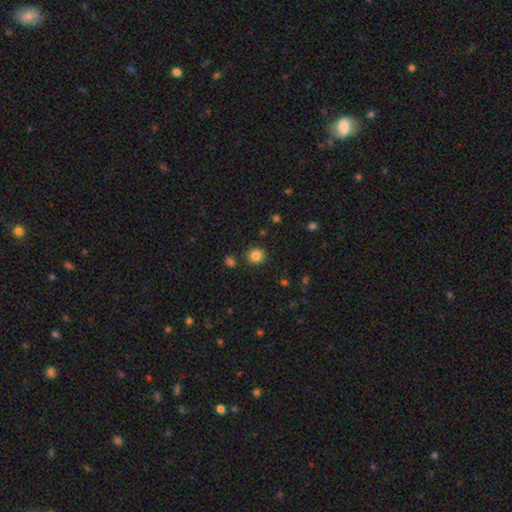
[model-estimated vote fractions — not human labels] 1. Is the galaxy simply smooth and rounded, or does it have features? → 84% smooth, 11% star or artifact, 5% featured or disk.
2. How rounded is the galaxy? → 80% round, 19% in between, 1% cigar-shaped.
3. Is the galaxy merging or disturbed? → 86% none, 8% minor disturbance, 3% merger, 3% major disturbance.